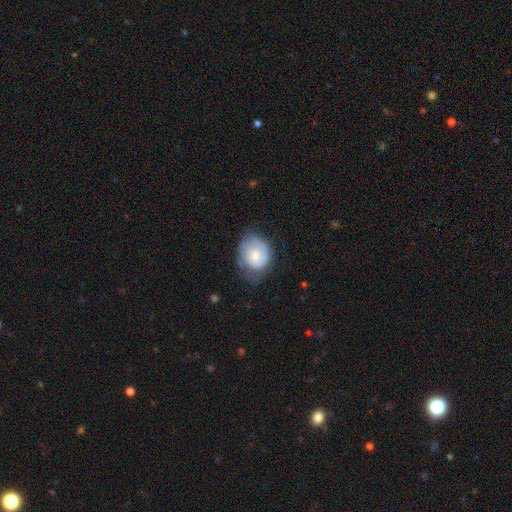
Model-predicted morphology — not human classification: This appears to be a smooth galaxy with no disk features (61%) that is round (58%). Merging: none (46%).